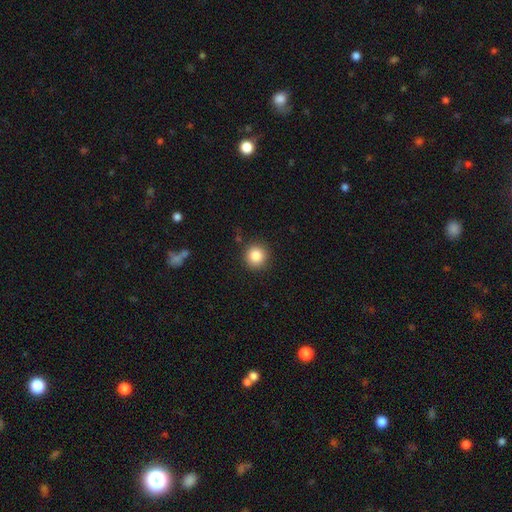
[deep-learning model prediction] A smooth galaxy with no disk features (84%) that is round (94%).

Vote fractions:
- Smooth or featured? smooth: 84% / star or artifact: 10% / featured or disk: 5%
- How rounded? round: 94% / in between: 5% / cigar-shaped: 1%
- Merging? none: 89% / minor disturbance: 7% / major disturbance: 2% / merger: 2%